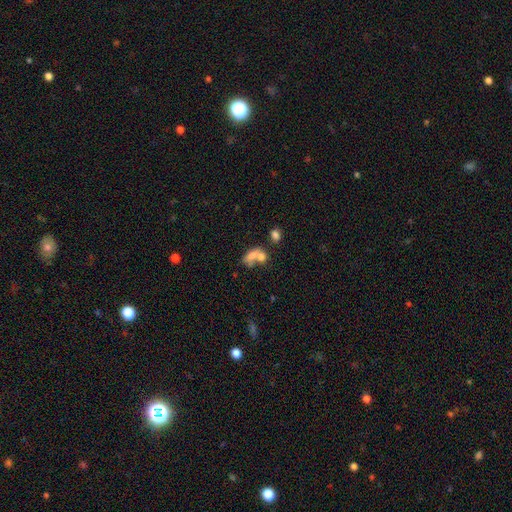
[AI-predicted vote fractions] smooth-or-featured: smooth: 68% | featured or disk: 20% | star or artifact: 12%
  how-rounded: in between: 77% | round: 17% | cigar-shaped: 6%
  merging: merger: 58% | none: 23% | minor disturbance: 10% | major disturbance: 9%